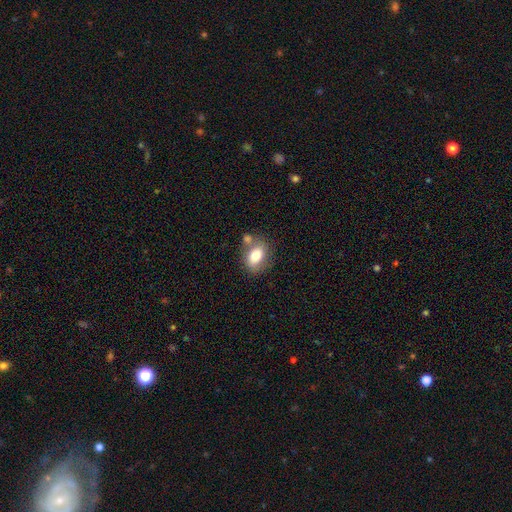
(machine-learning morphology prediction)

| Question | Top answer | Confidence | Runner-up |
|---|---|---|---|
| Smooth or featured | smooth | 74% | featured or disk (18%) |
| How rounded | in between | 75% | round (24%) |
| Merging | none | 56% | merger (22%) |